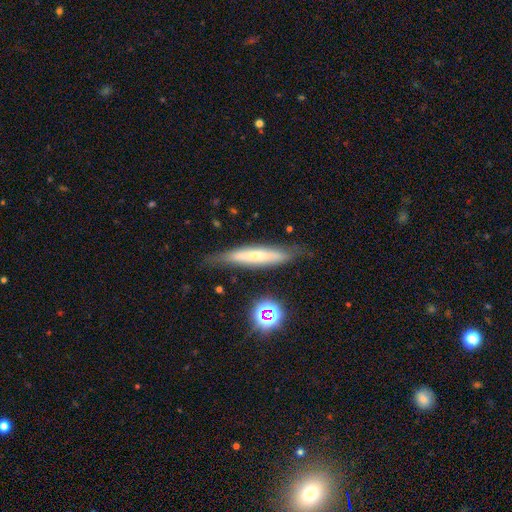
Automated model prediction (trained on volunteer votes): smooth-or-featured: featured or disk: 56% | smooth: 35% | star or artifact: 9%
  disk-edge-on: yes: 86% | no: 14%
  merging: none: 79% | minor disturbance: 15% | major disturbance: 3% | merger: 3%